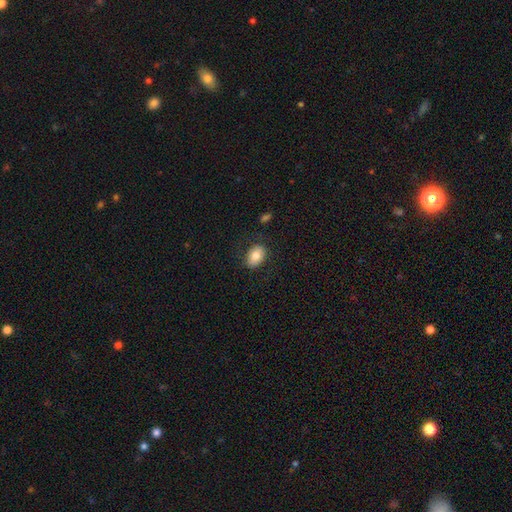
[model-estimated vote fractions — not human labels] Smooth or featured?
  - smooth: 81% *
  - featured or disk: 11%
  - star or artifact: 8%
How rounded?
  - in between: 83% *
  - round: 16%
  - cigar-shaped: 1%
Merging?
  - none: 80% *
  - minor disturbance: 14%
  - major disturbance: 5%
  - merger: 2%